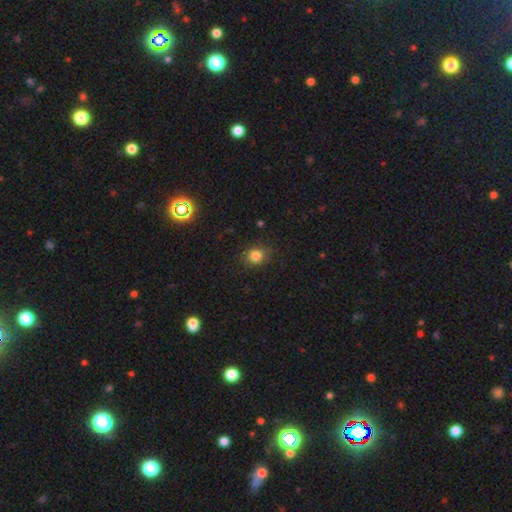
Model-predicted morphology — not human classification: A smooth galaxy with no disk features (82%) that is round (64%). Merging: none (84%).